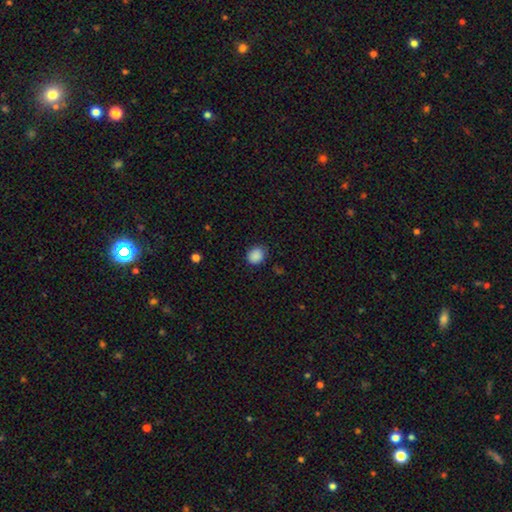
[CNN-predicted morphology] A smooth galaxy with no disk features (88%) that is round (60%).

Vote fractions:
- Smooth or featured? smooth: 88% / star or artifact: 9% / featured or disk: 3%
- How rounded? round: 60% / in between: 39% / cigar-shaped: 1%
- Merging? none: 80% / minor disturbance: 16% / major disturbance: 3% / merger: 1%